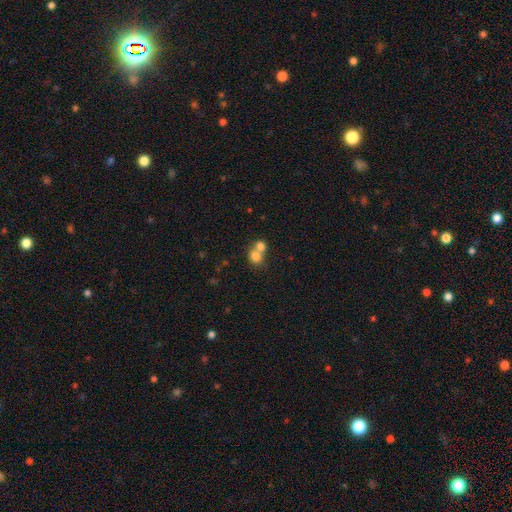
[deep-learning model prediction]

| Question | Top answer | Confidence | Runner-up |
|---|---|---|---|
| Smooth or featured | smooth | 78% | featured or disk (11%) |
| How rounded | round | 68% | in between (31%) |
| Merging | merger | 61% | none (31%) |